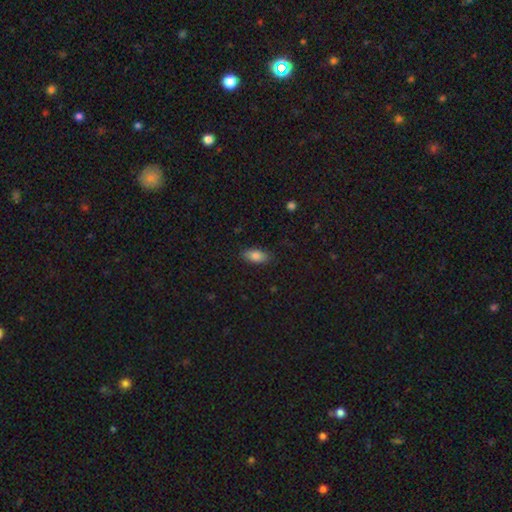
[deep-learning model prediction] Q: Smooth or featured?
A: smooth (81%); runner-up: featured or disk (11%)
Q: How rounded?
A: in between (90%); runner-up: cigar-shaped (7%)
Q: Merging?
A: none (86%); runner-up: minor disturbance (11%)